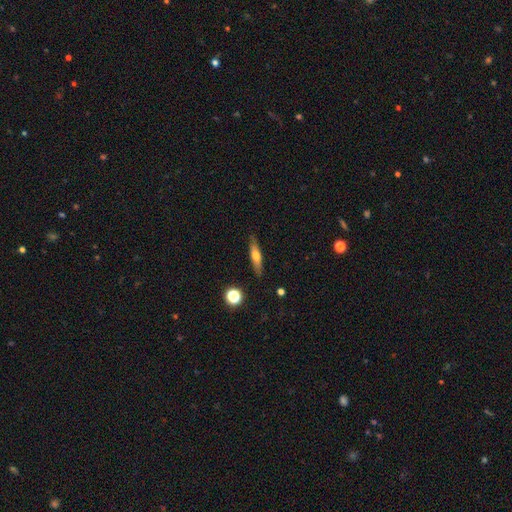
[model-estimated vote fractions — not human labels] A smooth galaxy with no disk features (49%). Merging: none (86%).